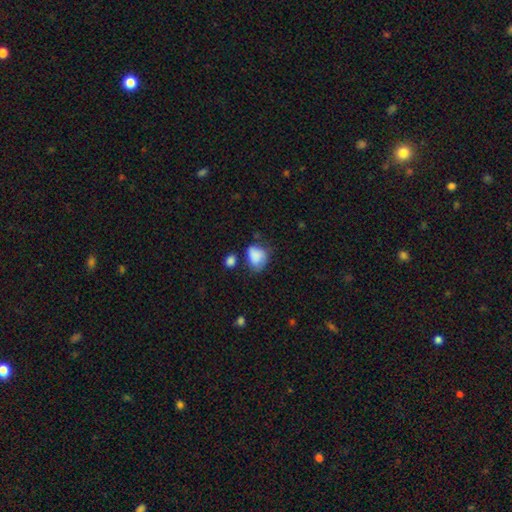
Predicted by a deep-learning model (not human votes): The model was most divided on "merging": none: 42%, minor disturbance: 32%, major disturbance: 16%, merger: 10%. More confident: smooth or featured — smooth (83%); how rounded — in between (63%).